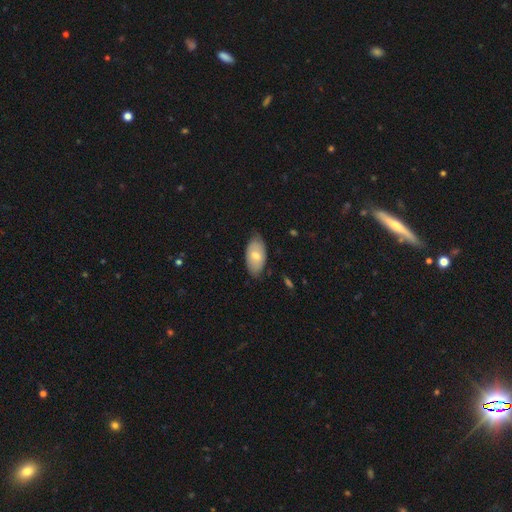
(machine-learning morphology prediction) Smooth or featured?
  - smooth: 69% *
  - featured or disk: 25%
  - star or artifact: 6%
How rounded?
  - in between: 94% *
  - round: 4%
  - cigar-shaped: 2%
Merging?
  - none: 72% *
  - minor disturbance: 24%
  - major disturbance: 3%
  - merger: 1%